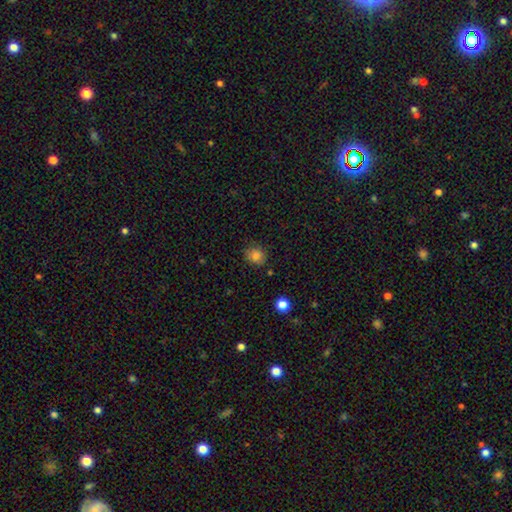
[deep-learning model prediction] Smooth or featured? smooth (81%)
How rounded? round (67%)
Merging? none (79%)